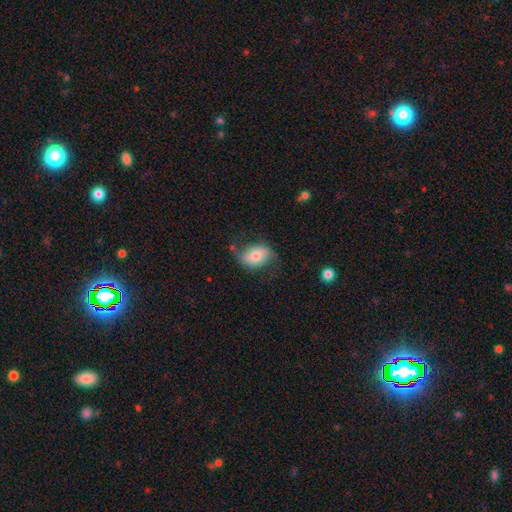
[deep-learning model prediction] smooth-or-featured: smooth: 59% | featured or disk: 34% | star or artifact: 7%
  how-rounded: in between: 79% | round: 19% | cigar-shaped: 2%
  merging: none: 60% | minor disturbance: 27% | major disturbance: 11% | merger: 2%